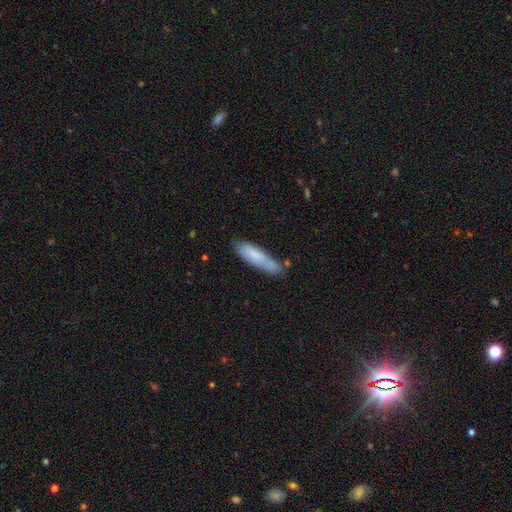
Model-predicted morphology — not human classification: A smooth galaxy with no disk features (76%) that is cigar-shaped (74%).

Vote fractions:
- Smooth or featured? smooth: 76% / featured or disk: 18% / star or artifact: 7%
- How rounded? cigar-shaped: 74% / in between: 25% / round: 1%
- Merging? none: 66% / minor disturbance: 23% / merger: 6% / major disturbance: 5%